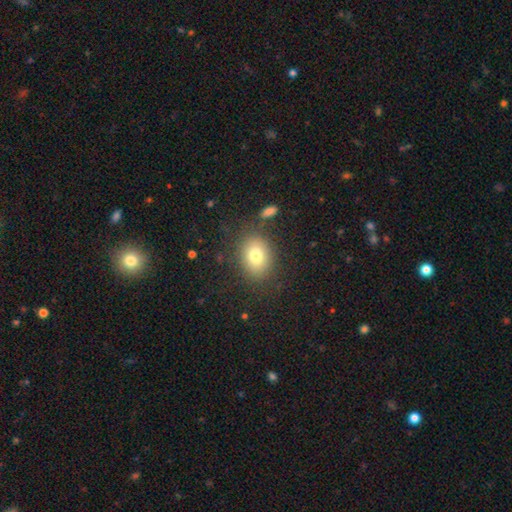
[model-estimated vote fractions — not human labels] This is likely a smooth galaxy (77%). How rounded: possibly in between (60%). Merging: likely none (80%).